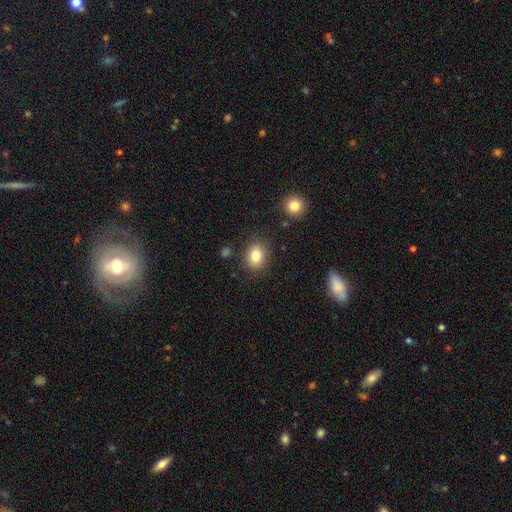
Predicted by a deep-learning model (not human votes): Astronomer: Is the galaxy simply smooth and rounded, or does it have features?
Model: smooth — 82%.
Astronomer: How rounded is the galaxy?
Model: round — 54% (runner-up: in between, 45%).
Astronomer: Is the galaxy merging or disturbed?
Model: none — 83%.